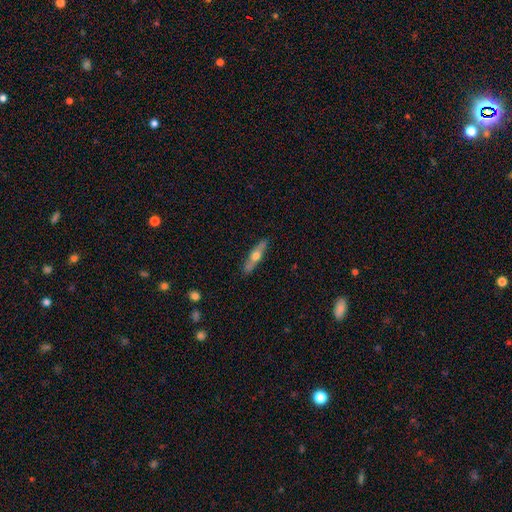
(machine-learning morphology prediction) Overall: featured or disk (53%; smooth 41%). Edge-on disk: yes (89%). Merging: none (87%).